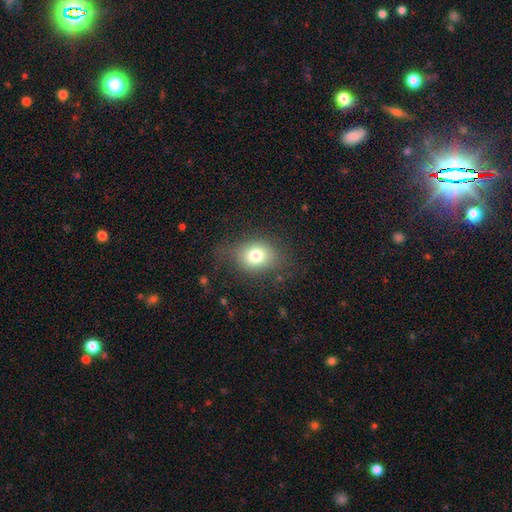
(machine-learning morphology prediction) Smooth or featured: smooth — 75% (featured or disk — 13%)
How rounded: in between — 50% (round — 49%)
Merging: none — 72% (minor disturbance — 18%)